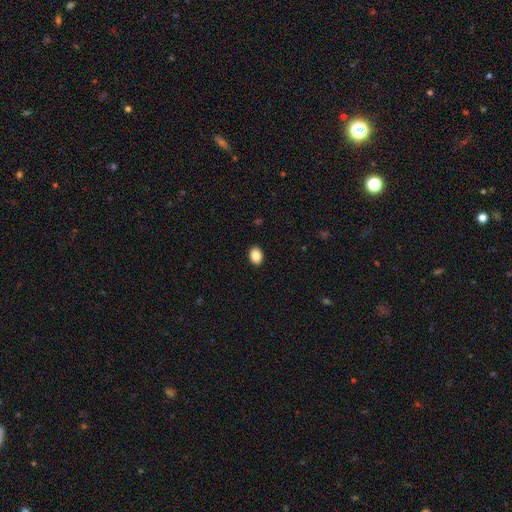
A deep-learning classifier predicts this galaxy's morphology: Q: Smooth or featured?
A: smooth (87%); runner-up: star or artifact (8%)
Q: How rounded?
A: in between (75%); runner-up: round (24%)
Q: Merging?
A: none (90%); runner-up: minor disturbance (7%)